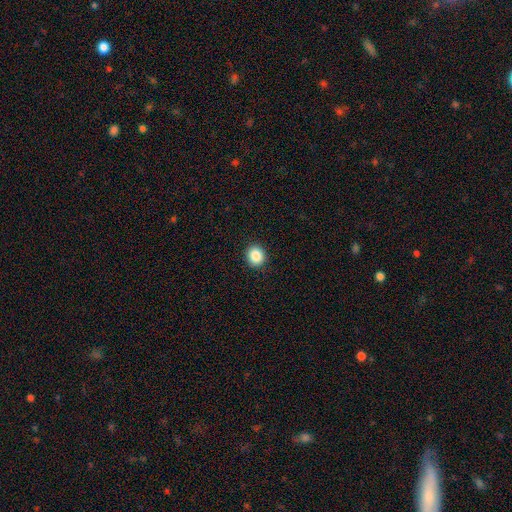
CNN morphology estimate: A smooth galaxy with no disk features (87%) that is round (81%).

Vote fractions:
- Smooth or featured? smooth: 87% / star or artifact: 9% / featured or disk: 4%
- How rounded? round: 81% / in between: 19% / cigar-shaped: 1%
- Merging? none: 92% / minor disturbance: 6% / major disturbance: 2% / merger: 1%